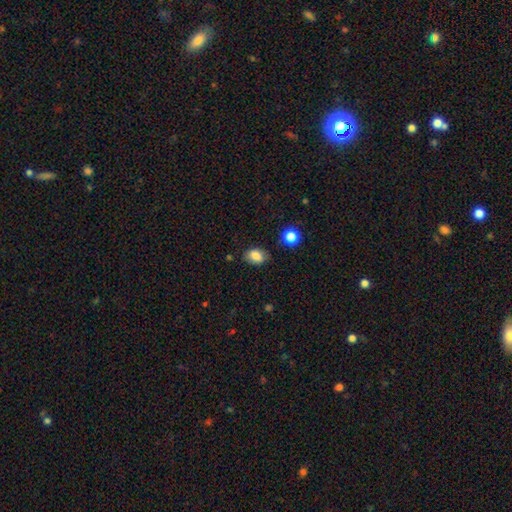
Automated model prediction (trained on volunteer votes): Smooth or featured? smooth (83%)
How rounded? in between (76%)
Merging? none (77%)